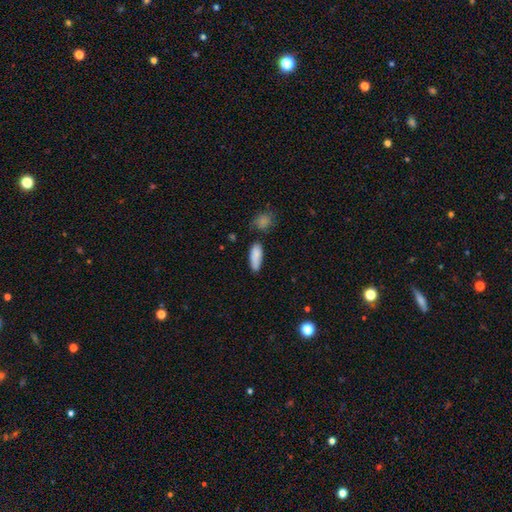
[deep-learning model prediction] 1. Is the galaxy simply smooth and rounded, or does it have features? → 84% smooth, 9% featured or disk, 7% star or artifact.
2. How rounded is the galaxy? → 71% in between, 27% cigar-shaped, 2% round.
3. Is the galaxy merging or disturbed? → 61% none, 24% minor disturbance, 9% merger, 6% major disturbance.